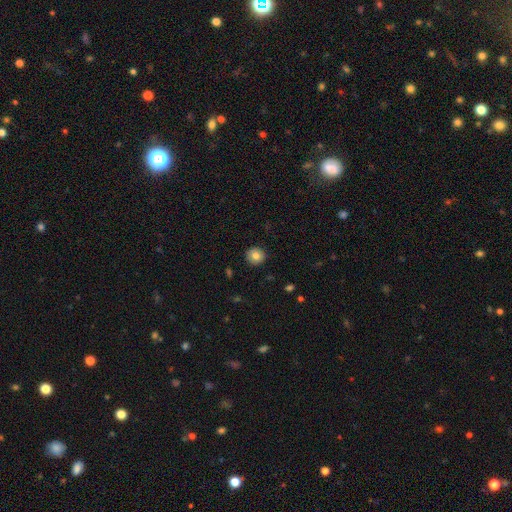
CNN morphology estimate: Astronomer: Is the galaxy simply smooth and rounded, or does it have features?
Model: smooth — 79%.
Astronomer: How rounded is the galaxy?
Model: round — 93%.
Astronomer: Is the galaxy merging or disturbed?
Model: none — 91%.